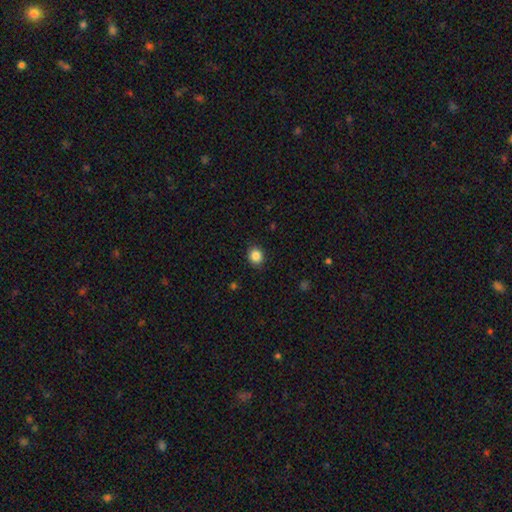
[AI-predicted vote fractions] The model was most divided on "how rounded": round: 72%, in between: 27%, cigar-shaped: 1%. More confident: merging — none (89%); smooth or featured — smooth (86%).